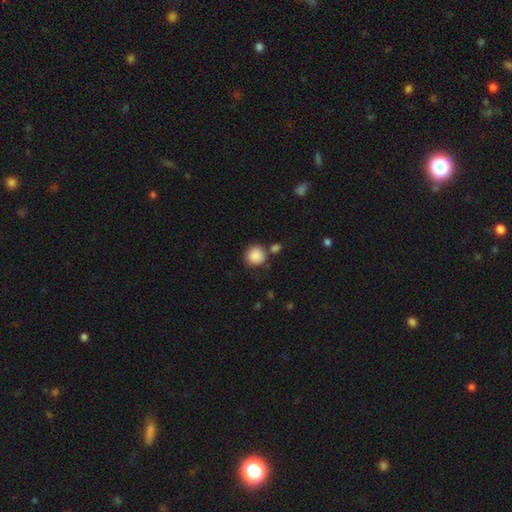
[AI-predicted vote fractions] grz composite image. It shows a smooth galaxy with no disk features (87%) that is round (92%). Merging: none (75%).